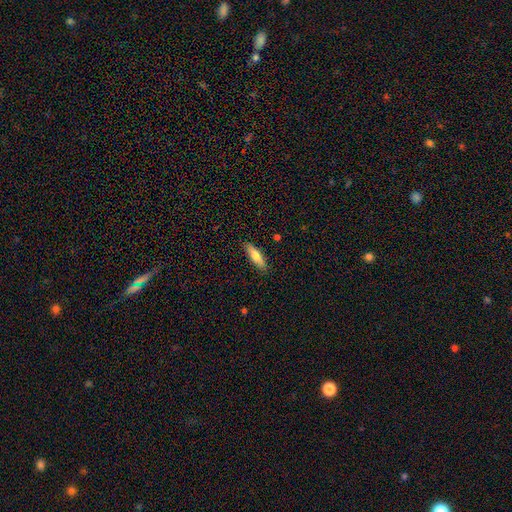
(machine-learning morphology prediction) smooth 70%, featured or disk 24%, star or artifact 6%. Down the decision tree: how rounded — cigar-shaped (60%); merging — none (89%).